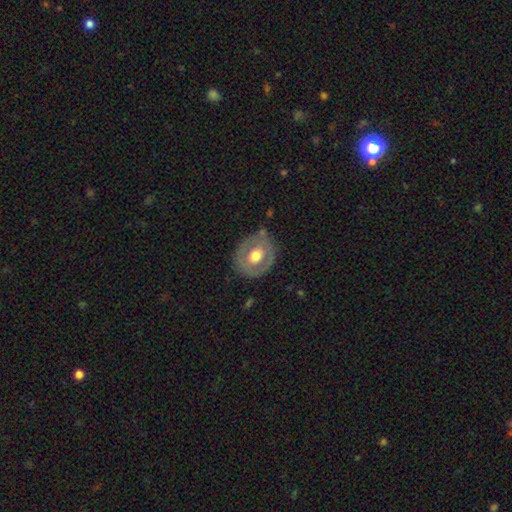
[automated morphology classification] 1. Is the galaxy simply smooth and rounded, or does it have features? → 48% smooth, 46% featured or disk, 6% star or artifact.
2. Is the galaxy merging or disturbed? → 75% none, 17% minor disturbance, 6% major disturbance, 3% merger.